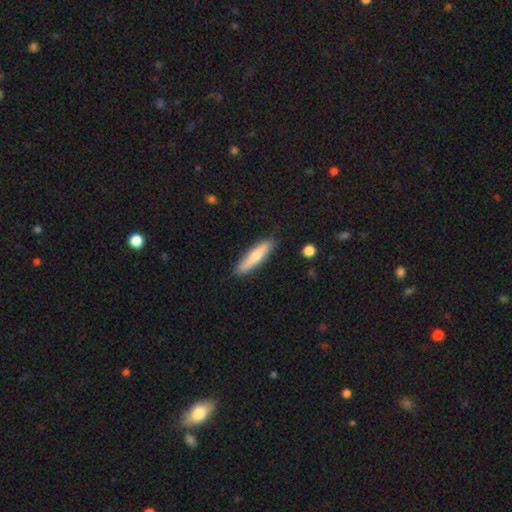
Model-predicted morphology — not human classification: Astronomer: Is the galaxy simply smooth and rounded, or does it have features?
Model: smooth — 57% (runner-up: featured or disk, 37%).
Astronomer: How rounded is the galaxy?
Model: cigar-shaped — 80%.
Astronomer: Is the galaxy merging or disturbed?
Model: none — 86%.